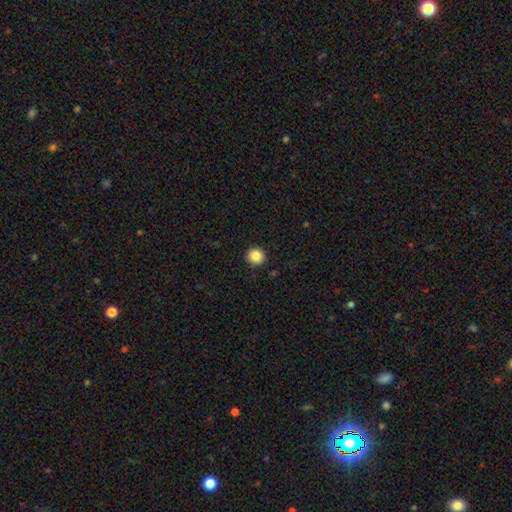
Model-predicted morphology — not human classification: Q: Smooth or featured?
A: smooth (85%); runner-up: star or artifact (10%)
Q: How rounded?
A: round (93%); runner-up: in between (6%)
Q: Merging?
A: none (92%); runner-up: minor disturbance (5%)